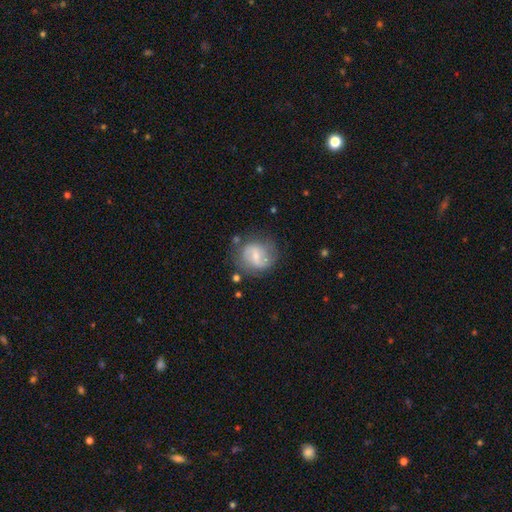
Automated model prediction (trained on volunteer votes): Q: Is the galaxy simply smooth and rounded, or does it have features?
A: featured or disk — 59%.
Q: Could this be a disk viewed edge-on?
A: no — 97%.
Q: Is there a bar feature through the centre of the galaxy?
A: weak — 52%.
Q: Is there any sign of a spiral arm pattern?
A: yes — 79%.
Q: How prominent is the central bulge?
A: small — 58%.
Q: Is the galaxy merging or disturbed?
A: none — 67%.